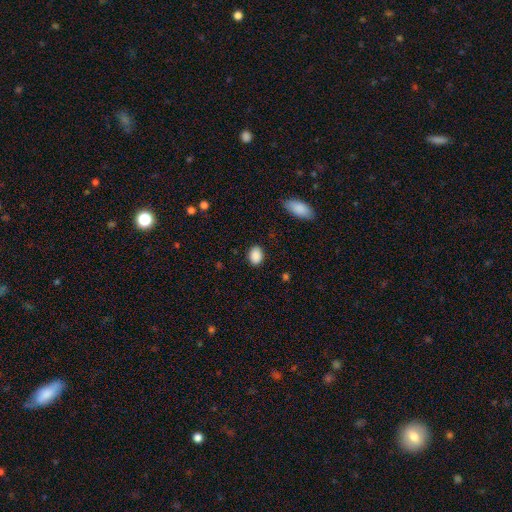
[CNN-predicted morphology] Smooth or featured? Predicted: smooth (p=0.89). How rounded? Predicted: in between (p=0.75). Merging? Predicted: none (p=0.86).